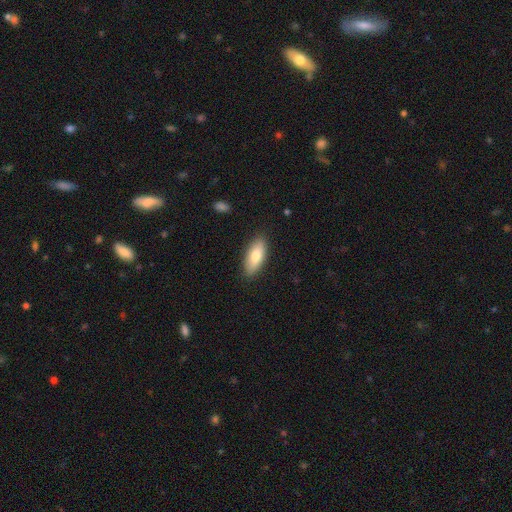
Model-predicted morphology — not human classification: This appears to be a smooth galaxy with no disk features (78%) that is in between round and cigar-shaped (79%). Merging: none (87%).